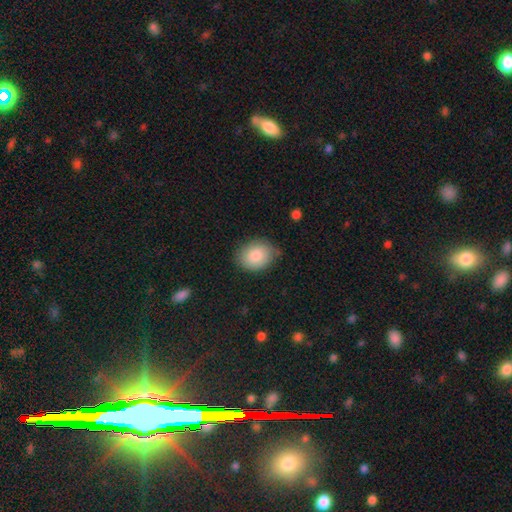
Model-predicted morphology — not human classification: The model was most divided on "how rounded": in between: 58%, round: 42%, cigar-shaped: 1%. More confident: smooth or featured — smooth (85%); merging — none (72%).